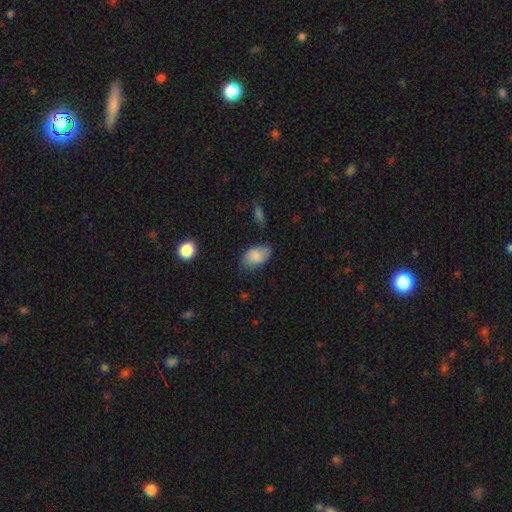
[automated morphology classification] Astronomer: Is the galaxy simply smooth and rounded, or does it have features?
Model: smooth — 83%.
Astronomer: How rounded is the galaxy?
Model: in between — 90%.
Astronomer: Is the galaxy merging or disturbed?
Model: none — 65%.